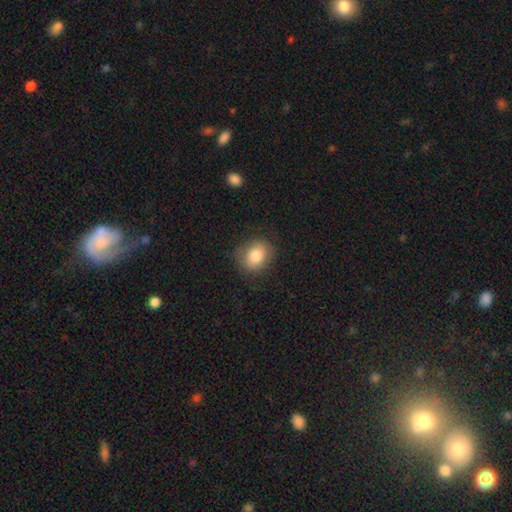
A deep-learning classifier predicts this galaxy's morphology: A smooth galaxy with no disk features (82%) that is round (54%).

Vote fractions:
- Smooth or featured? smooth: 82% / featured or disk: 10% / star or artifact: 8%
- How rounded? round: 54% / in between: 45% / cigar-shaped: 1%
- Merging? none: 81% / minor disturbance: 14% / major disturbance: 4% / merger: 1%